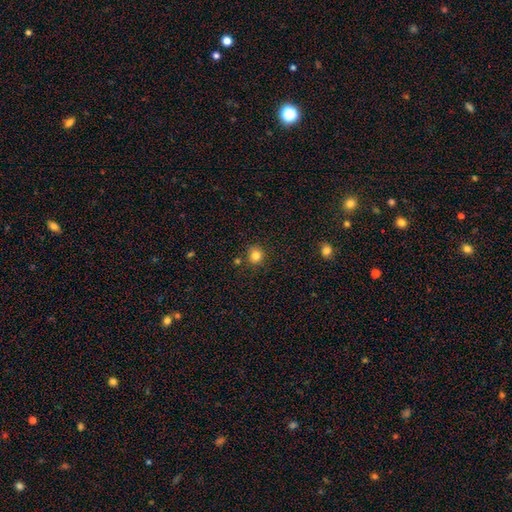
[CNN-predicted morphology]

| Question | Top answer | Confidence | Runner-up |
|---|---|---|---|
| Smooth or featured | smooth | 83% | star or artifact (12%) |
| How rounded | round | 86% | in between (13%) |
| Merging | none | 83% | minor disturbance (9%) |